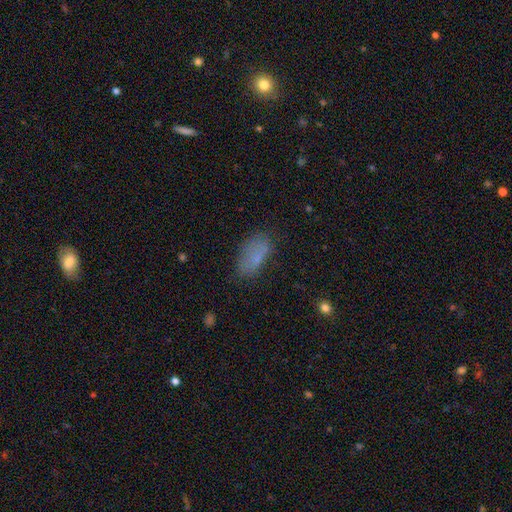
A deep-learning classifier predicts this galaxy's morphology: smooth 74%, featured or disk 14%, star or artifact 12%. Down the decision tree: how rounded — in between (88%); merging — none (69%).